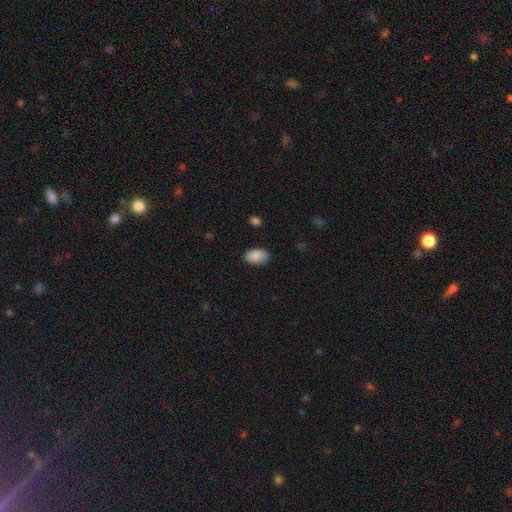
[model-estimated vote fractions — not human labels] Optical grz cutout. It shows a smooth galaxy with no disk features (89%) that is in between round and cigar-shaped (92%). Merging: none (84%).